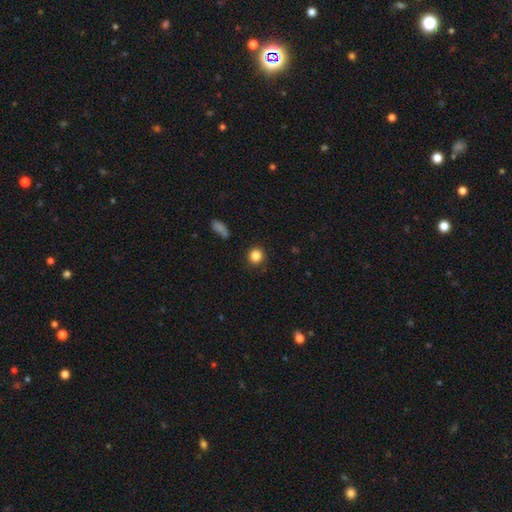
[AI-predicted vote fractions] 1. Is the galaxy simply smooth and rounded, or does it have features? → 84% smooth, 11% star or artifact, 5% featured or disk.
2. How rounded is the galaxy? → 91% round, 8% in between, 1% cigar-shaped.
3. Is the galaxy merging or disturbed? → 89% none, 7% minor disturbance, 2% major disturbance, 2% merger.